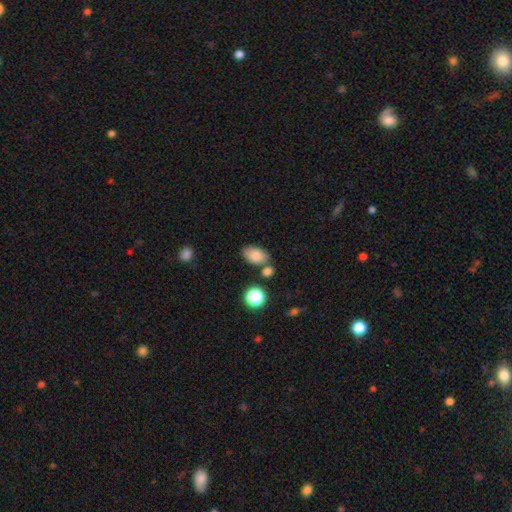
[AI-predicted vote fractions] Smooth or featured: smooth — 82% (star or artifact — 9%)
How rounded: in between — 90% (round — 8%)
Merging: none — 67% (minor disturbance — 15%)